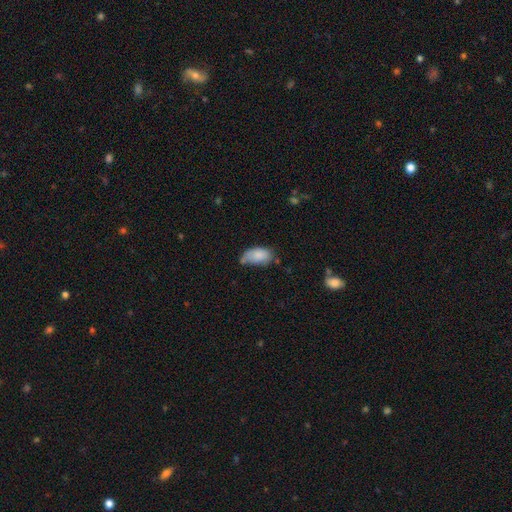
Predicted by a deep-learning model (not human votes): Smooth or featured? smooth (82%)
How rounded? in between (94%)
Merging? none (42%)